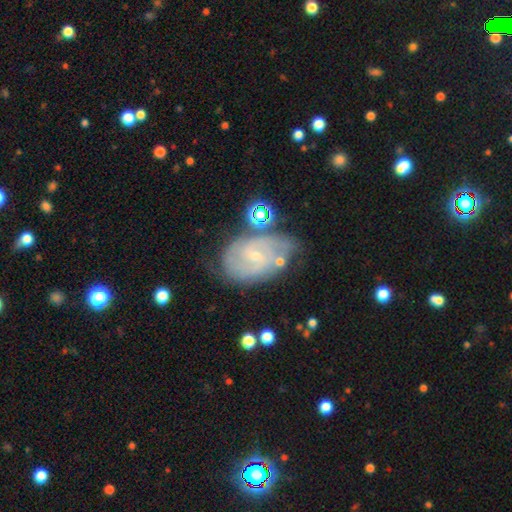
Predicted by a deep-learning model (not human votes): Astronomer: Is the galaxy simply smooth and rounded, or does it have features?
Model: featured or disk — 81%.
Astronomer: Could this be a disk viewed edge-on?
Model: no — 97%.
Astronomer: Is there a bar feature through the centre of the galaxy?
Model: no — 50% (runner-up: weak, 41%).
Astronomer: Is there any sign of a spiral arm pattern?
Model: yes — 93%.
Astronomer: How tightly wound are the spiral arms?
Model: tight — 55% (runner-up: medium, 36%).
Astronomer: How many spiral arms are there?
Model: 2 — 50% (runner-up: can't tell, 28%).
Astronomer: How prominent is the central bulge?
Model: small — 79%.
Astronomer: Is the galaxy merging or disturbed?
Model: none — 64%.